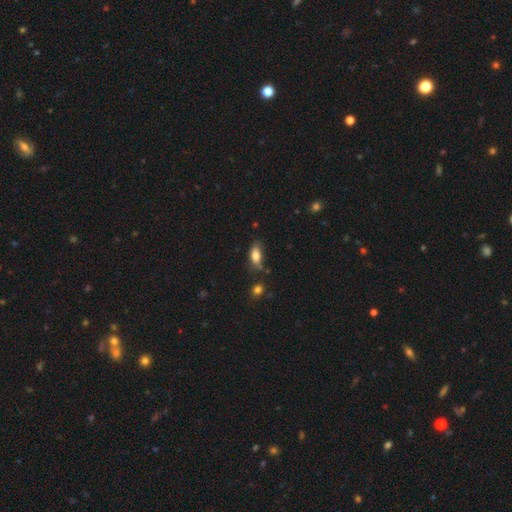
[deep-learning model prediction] Smooth or featured?
  - smooth: 80% *
  - featured or disk: 12%
  - star or artifact: 8%
How rounded?
  - in between: 86% *
  - cigar-shaped: 9%
  - round: 4%
Merging?
  - none: 65% *
  - minor disturbance: 24%
  - merger: 6%
  - major disturbance: 5%